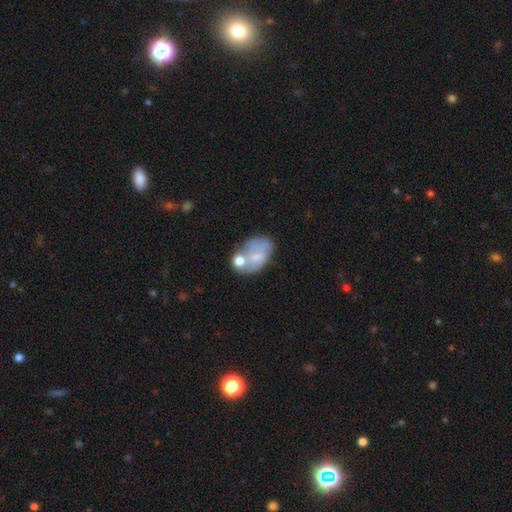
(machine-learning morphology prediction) smooth 50%, featured or disk 41%, star or artifact 9%. Down the decision tree: merging — none (36%).